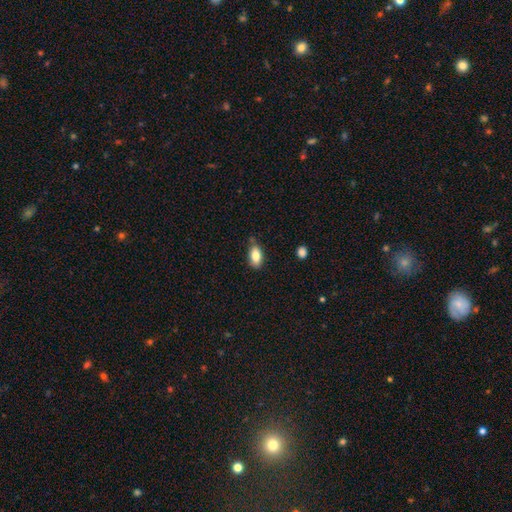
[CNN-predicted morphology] A smooth galaxy with no disk features (83%) that is in between round and cigar-shaped (90%).

Vote fractions:
- Smooth or featured? smooth: 83% / featured or disk: 10% / star or artifact: 8%
- How rounded? in between: 90% / round: 5% / cigar-shaped: 5%
- Merging? none: 72% / minor disturbance: 20% / merger: 4% / major disturbance: 3%